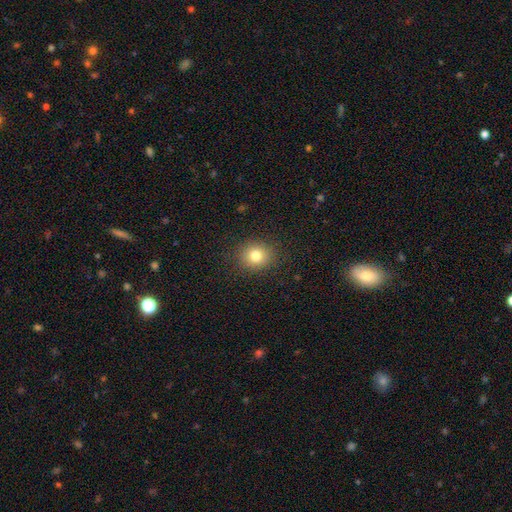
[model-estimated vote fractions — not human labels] Q: Smooth or featured?
A: smooth (80%); runner-up: star or artifact (12%)
Q: How rounded?
A: round (78%); runner-up: in between (21%)
Q: Merging?
A: none (89%); runner-up: minor disturbance (7%)